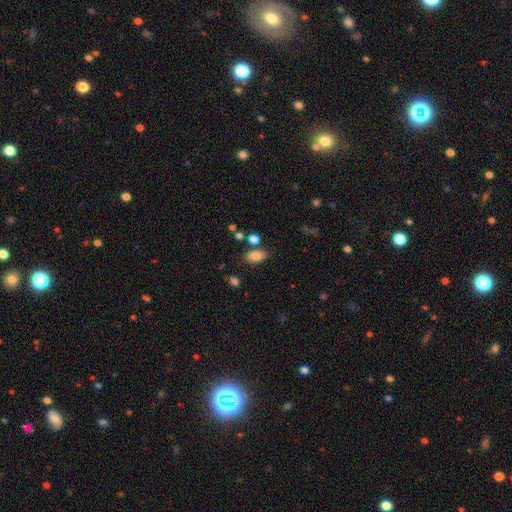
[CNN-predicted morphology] A smooth galaxy with no disk features (81%) that is in between round and cigar-shaped (91%).

Vote fractions:
- Smooth or featured? smooth: 81% / featured or disk: 9% / star or artifact: 9%
- How rounded? in between: 91% / round: 7% / cigar-shaped: 3%
- Merging? none: 78% / minor disturbance: 12% / merger: 7% / major disturbance: 3%